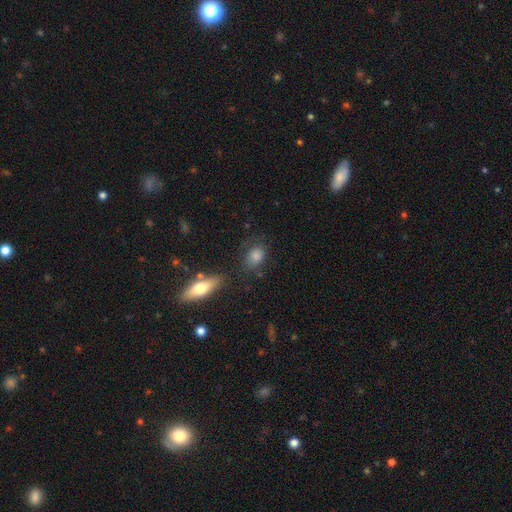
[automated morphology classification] This is likely a smooth galaxy (77%). How rounded: likely in between (71%). Merging: likely none (70%).